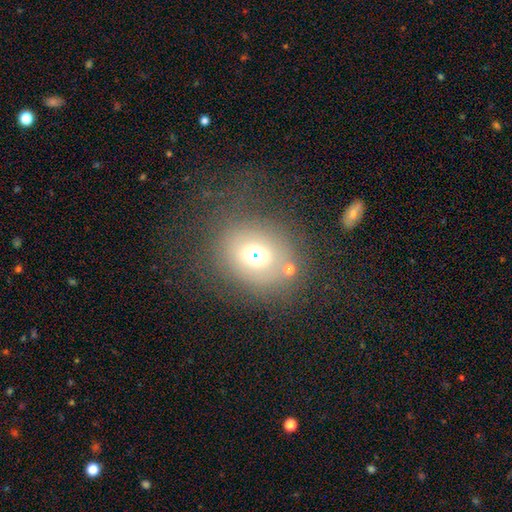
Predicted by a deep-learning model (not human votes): A smooth galaxy with no disk features (60%) that is round (68%).

Vote fractions:
- Smooth or featured? smooth: 60% / star or artifact: 21% / featured or disk: 19%
- How rounded? round: 68% / in between: 31% / cigar-shaped: 1%
- Merging? none: 54% / major disturbance: 16% / minor disturbance: 16% / merger: 13%